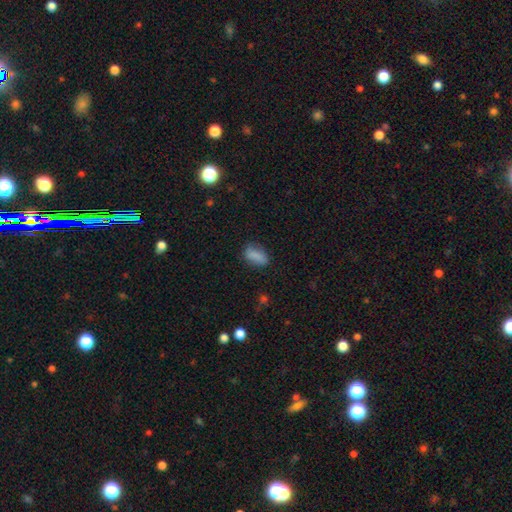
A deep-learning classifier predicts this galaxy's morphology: type=smooth (84%); roundness=in between (87%); merging=none (73%).